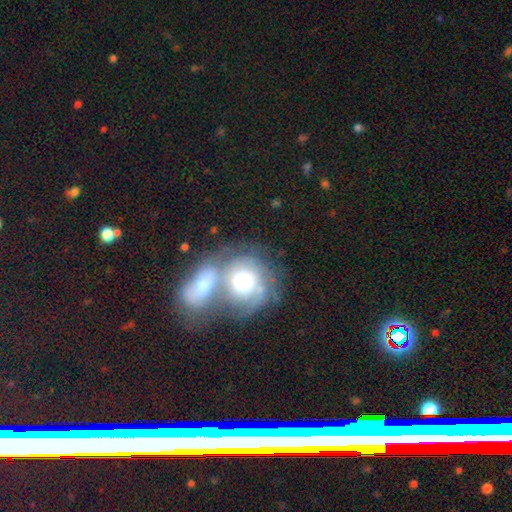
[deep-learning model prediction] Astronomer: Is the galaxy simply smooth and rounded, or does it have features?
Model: featured or disk — 47% (runner-up: smooth, 31%).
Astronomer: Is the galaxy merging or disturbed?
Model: merger — 56%.